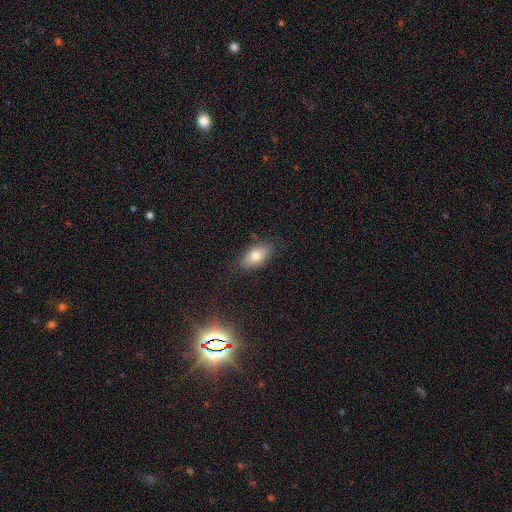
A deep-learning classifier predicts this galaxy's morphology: A smooth galaxy with no disk features (76%) that is in between round and cigar-shaped (89%). Merging: none (83%).